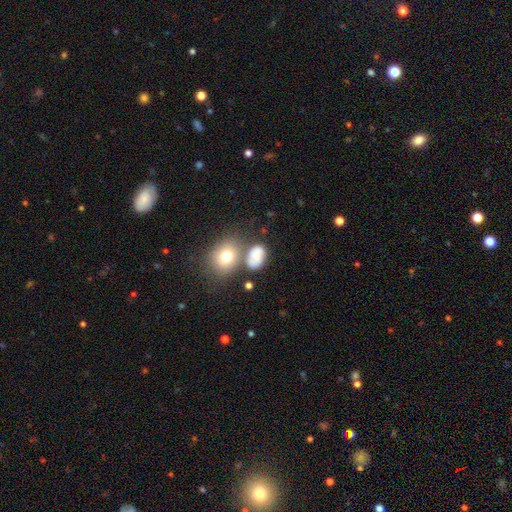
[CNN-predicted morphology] Overall: smooth (67%). How rounded: in between (71%). Merging: none (46%; merger 23%).